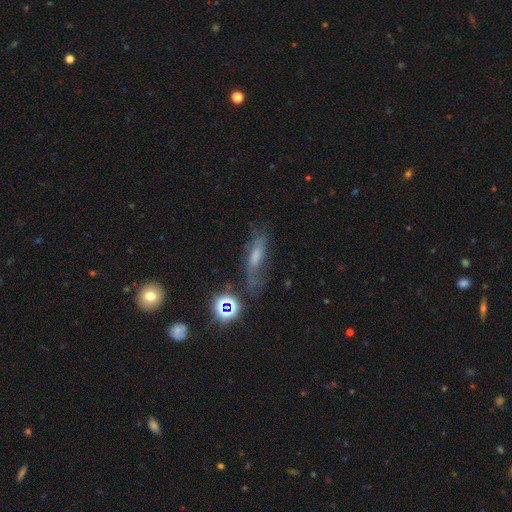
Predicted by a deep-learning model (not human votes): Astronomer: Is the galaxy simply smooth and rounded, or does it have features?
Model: featured or disk — 49% (runner-up: smooth, 30%).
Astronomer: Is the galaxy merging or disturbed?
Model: none — 58%.